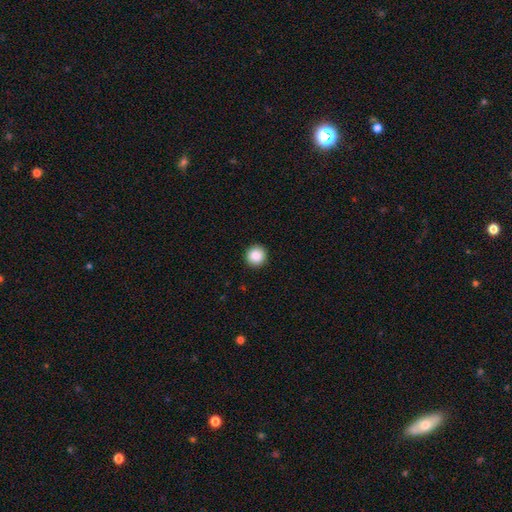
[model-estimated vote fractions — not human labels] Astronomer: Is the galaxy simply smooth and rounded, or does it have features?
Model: smooth — 89%.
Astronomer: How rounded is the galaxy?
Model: round — 94%.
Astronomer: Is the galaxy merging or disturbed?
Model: none — 93%.